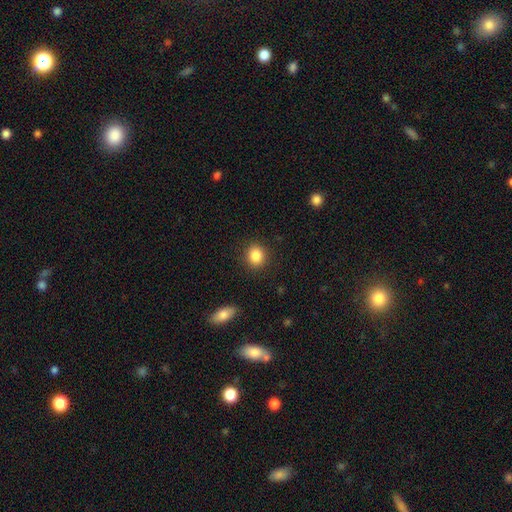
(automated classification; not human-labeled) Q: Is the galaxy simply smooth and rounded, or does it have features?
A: smooth — 85%.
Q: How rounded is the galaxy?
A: round — 71%.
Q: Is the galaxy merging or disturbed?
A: none — 90%.